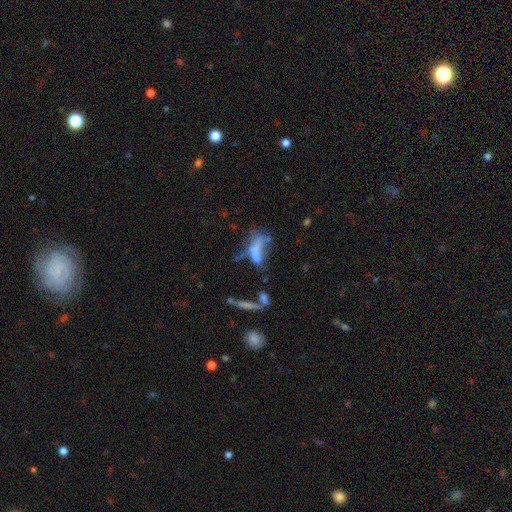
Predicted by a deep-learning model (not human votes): smooth-or-featured: featured or disk: 43% | star or artifact: 30% | smooth: 28%
  merging: none: 41% | merger: 25% | major disturbance: 19% | minor disturbance: 15%